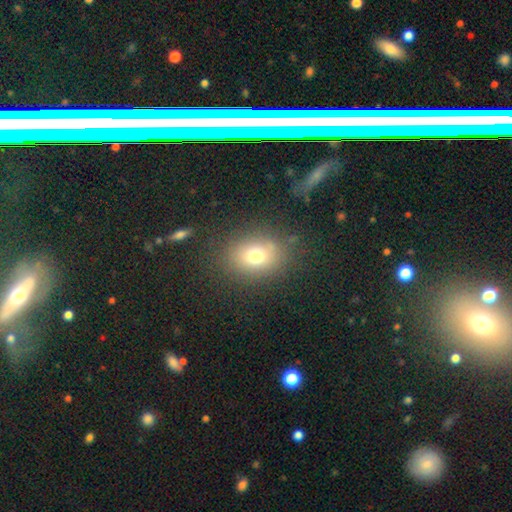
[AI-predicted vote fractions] Smooth or featured? smooth (73%)
How rounded? round (54%)
Merging? none (79%)